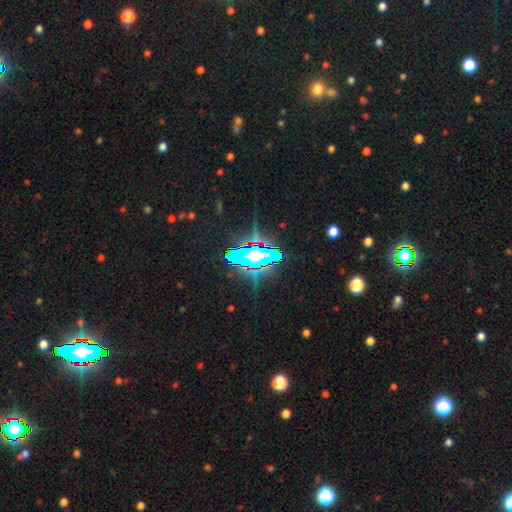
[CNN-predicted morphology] star or artifact 61%, featured or disk 21%, smooth 18%.